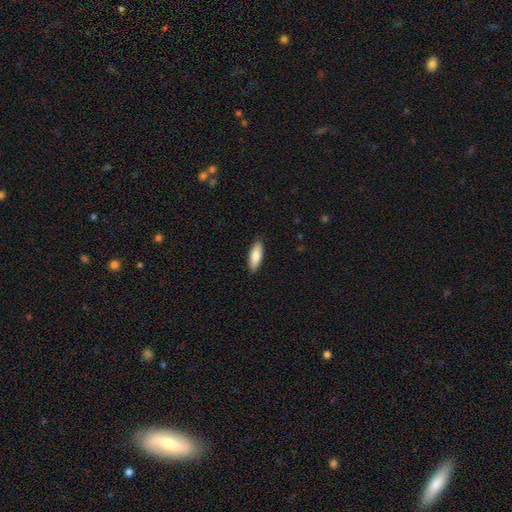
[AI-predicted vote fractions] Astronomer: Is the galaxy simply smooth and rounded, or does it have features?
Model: smooth — 82%.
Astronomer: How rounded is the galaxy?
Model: in between — 66%.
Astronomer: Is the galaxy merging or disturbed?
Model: none — 88%.